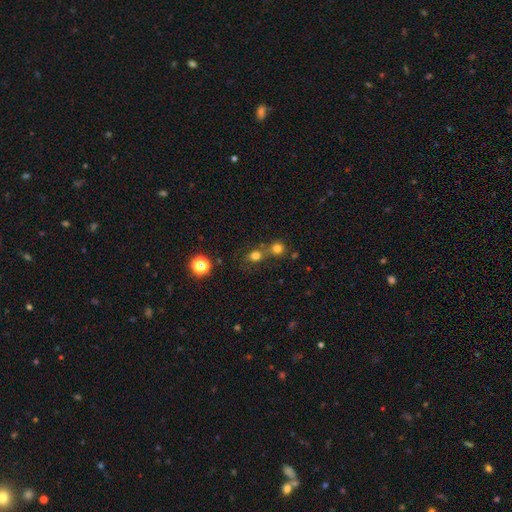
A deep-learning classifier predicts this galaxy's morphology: Smooth or featured? Predicted: smooth (p=0.72). How rounded? Predicted: round (p=0.75). Merging? Predicted: none (p=0.52).